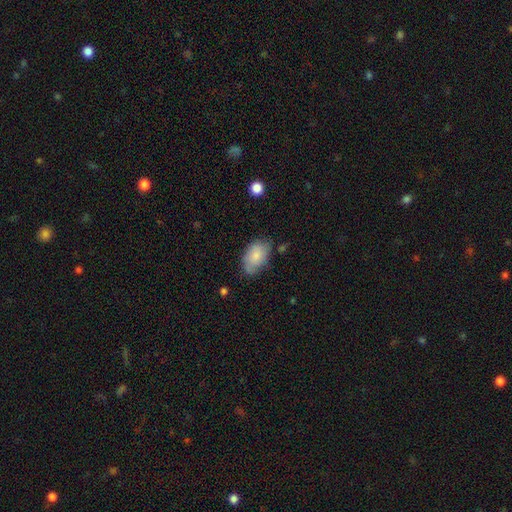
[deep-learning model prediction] Q: Smooth or featured?
A: smooth (78%); runner-up: featured or disk (16%)
Q: How rounded?
A: in between (91%); runner-up: round (8%)
Q: Merging?
A: none (64%); runner-up: minor disturbance (28%)